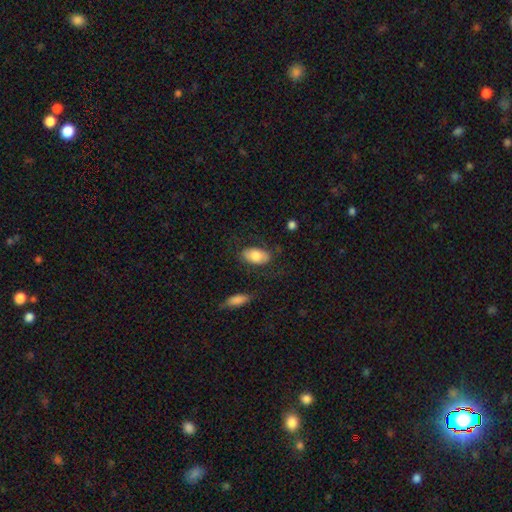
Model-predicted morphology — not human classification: Smooth or featured: smooth — 77% (featured or disk — 17%)
How rounded: in between — 93% (round — 4%)
Merging: none — 72% (minor disturbance — 16%)